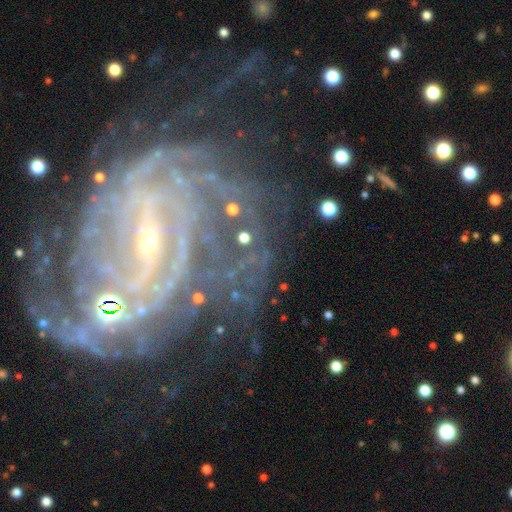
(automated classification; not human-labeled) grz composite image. It shows a featured or disk galaxy (89%) with a strong bar (52%), tight (58%) spiral arms (97%) and a small central bulge (85%). Merging: none (58%).